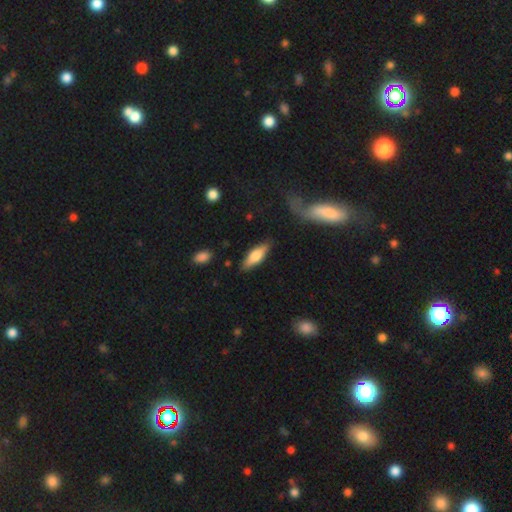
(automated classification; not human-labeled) Smooth or featured? smooth (61%)
How rounded? in between (55%)
Merging? none (83%)